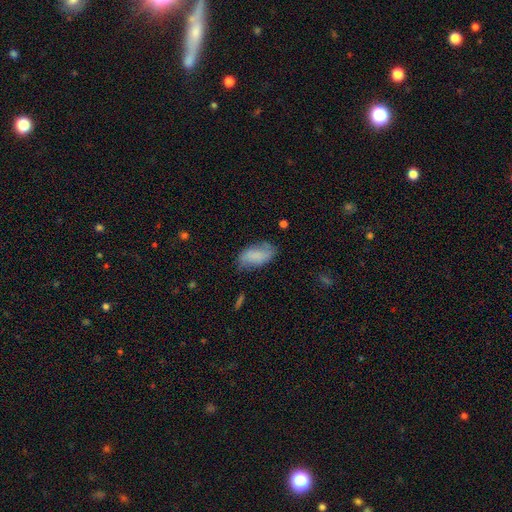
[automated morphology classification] Q: Smooth or featured?
A: smooth (74%); runner-up: featured or disk (18%)
Q: How rounded?
A: in between (93%); runner-up: cigar-shaped (5%)
Q: Merging?
A: none (64%); runner-up: minor disturbance (26%)